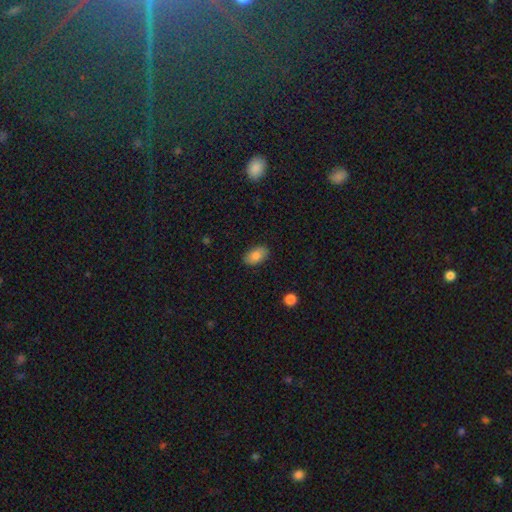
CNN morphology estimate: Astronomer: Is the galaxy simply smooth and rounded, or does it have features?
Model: smooth — 83%.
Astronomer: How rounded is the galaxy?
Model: in between — 92%.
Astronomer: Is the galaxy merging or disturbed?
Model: none — 87%.